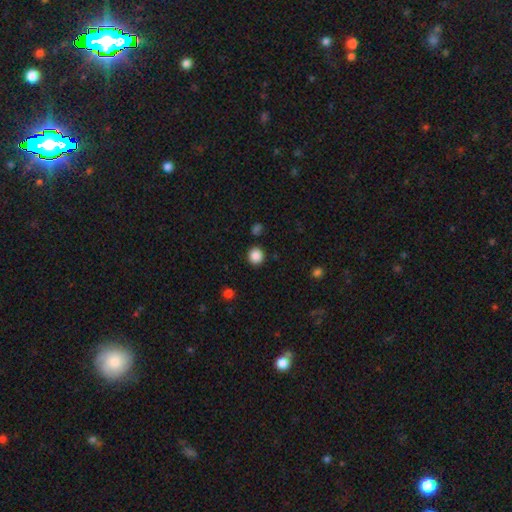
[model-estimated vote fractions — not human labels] smooth-or-featured: smooth: 87% | star or artifact: 10% | featured or disk: 3%
  how-rounded: round: 91% | in between: 8% | cigar-shaped: 1%
  merging: none: 89% | minor disturbance: 6% | merger: 2% | major disturbance: 2%